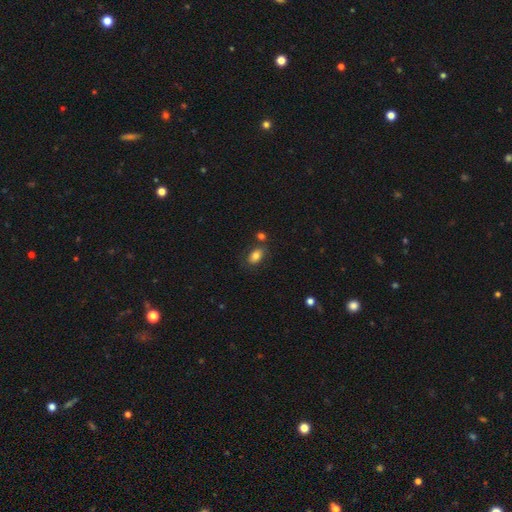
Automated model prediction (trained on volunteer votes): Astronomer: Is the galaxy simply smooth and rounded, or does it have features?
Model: smooth — 81%.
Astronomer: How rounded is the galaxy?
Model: in between — 86%.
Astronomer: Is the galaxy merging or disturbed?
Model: none — 73%.